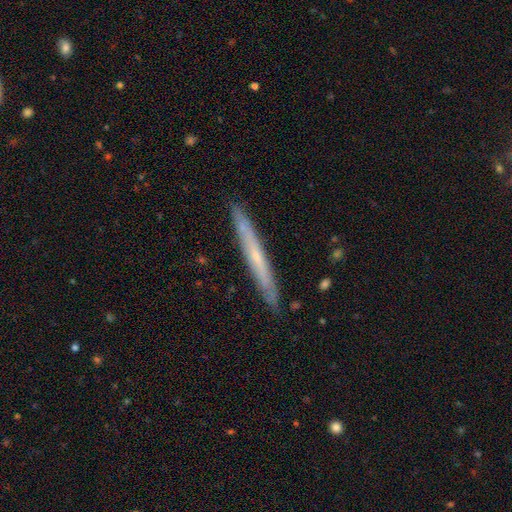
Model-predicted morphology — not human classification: Smooth or featured? Predicted: featured or disk (p=0.58). Edge-on disk? Predicted: yes (p=0.93). Edge-on bulge? Predicted: none (p=0.64). Merging? Predicted: none (p=0.89).